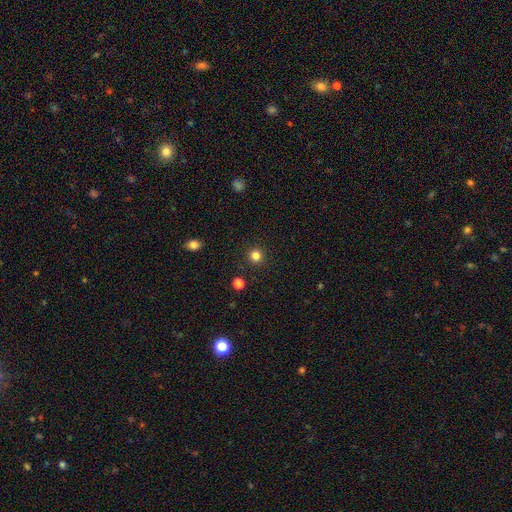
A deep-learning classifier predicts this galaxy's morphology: A smooth galaxy with no disk features (82%) that is round (95%). Merging: none (92%).